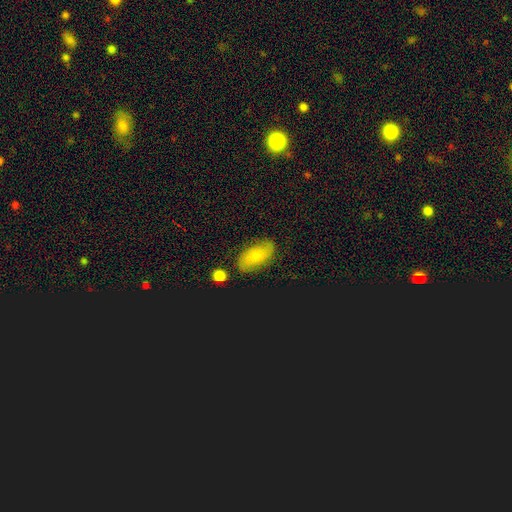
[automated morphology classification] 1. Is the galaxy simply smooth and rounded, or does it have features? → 52% smooth, 32% featured or disk, 16% star or artifact.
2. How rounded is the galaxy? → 90% in between, 6% round, 4% cigar-shaped.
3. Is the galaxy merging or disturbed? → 76% none, 16% minor disturbance, 5% major disturbance, 3% merger.